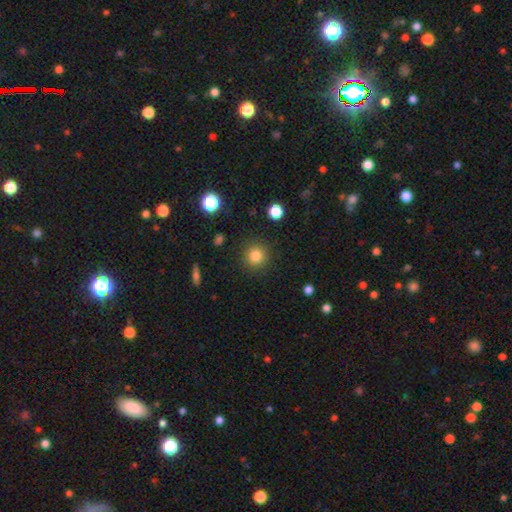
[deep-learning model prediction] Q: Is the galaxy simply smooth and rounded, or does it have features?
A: smooth — 82%.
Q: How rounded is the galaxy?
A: round — 93%.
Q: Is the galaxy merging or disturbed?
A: none — 89%.